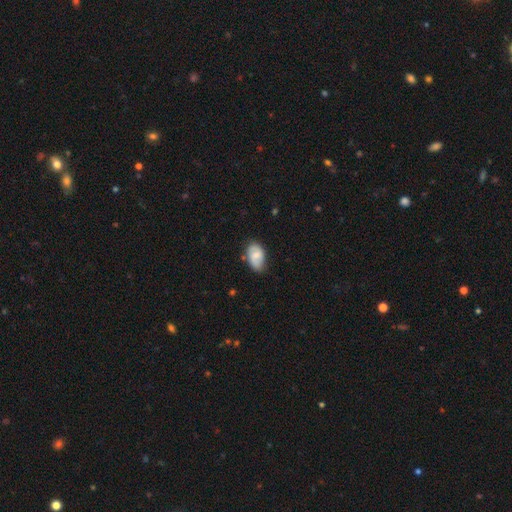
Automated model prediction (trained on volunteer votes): Overall: smooth (57%; featured or disk 36%). How rounded: in between (91%). Merging: none (67%).